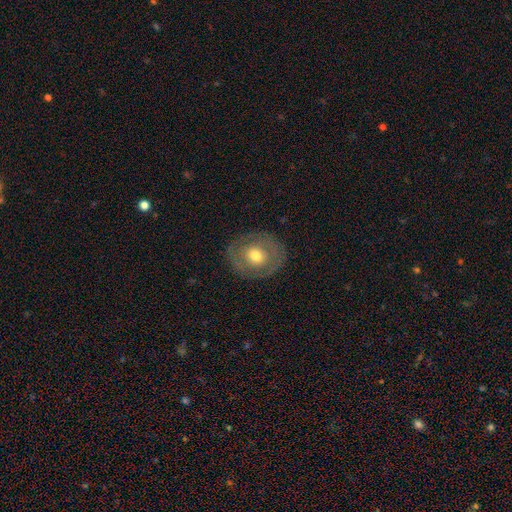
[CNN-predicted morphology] This appears to be a smooth galaxy with no disk features (53%) that is round (68%). Merging: none (84%).